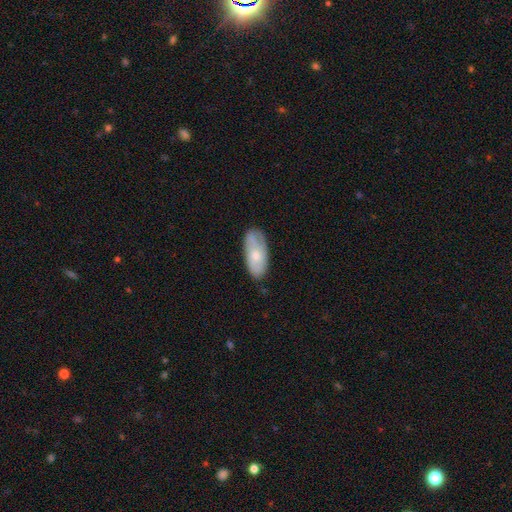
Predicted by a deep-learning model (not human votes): The model was most divided on "smooth or featured": smooth: 63%, featured or disk: 31%, star or artifact: 6%. More confident: how rounded — in between (91%); merging — none (71%).